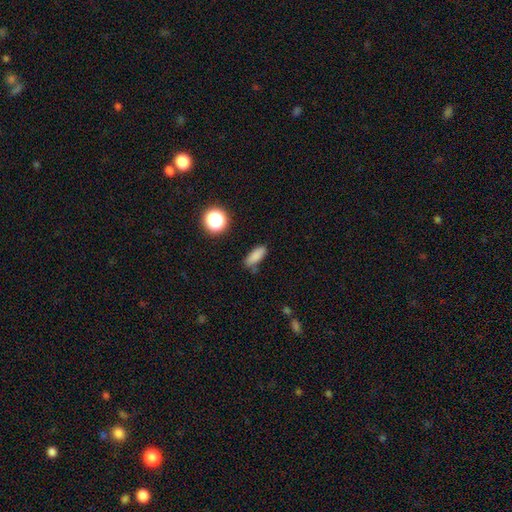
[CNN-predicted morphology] Smooth or featured? Predicted: smooth (p=0.82). How rounded? Predicted: in between (p=0.69). Merging? Predicted: none (p=0.72).